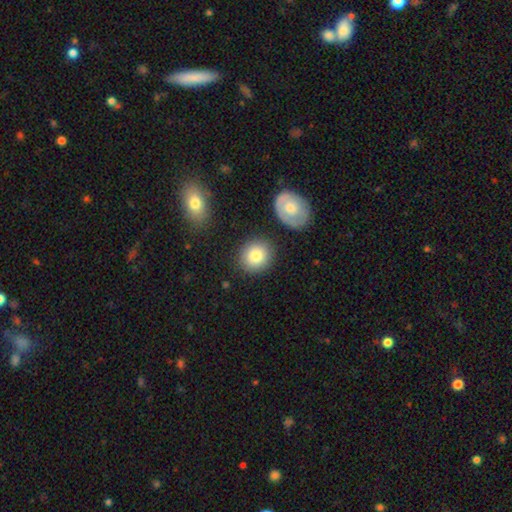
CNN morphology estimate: Smooth or featured? Predicted: smooth (p=0.83). How rounded? Predicted: round (p=0.84). Merging? Predicted: none (p=0.84).